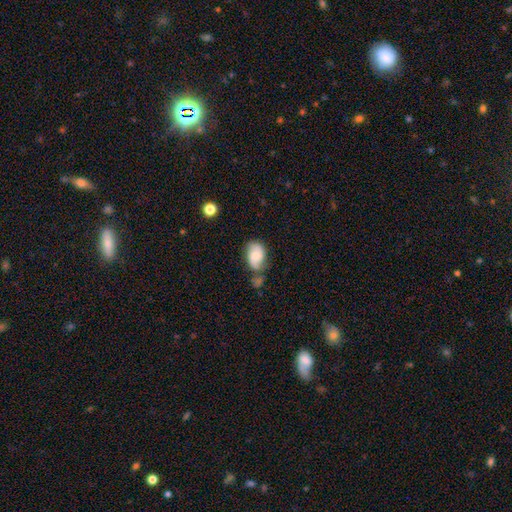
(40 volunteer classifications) smooth-or-featured: featured or disk: 52% | smooth: 38% | star or artifact: 10%
  disk-edge-on: no: 95% | yes: 5%
    bar: weak: 50% | no: 35% | strong: 15%
    has-spiral-arms: yes: 90% | no: 10%
      spiral-winding: loose: 56% | medium: 33% | tight: 11%
      spiral-arm-count: 2: 100% | 1: 0% | 3: 0% | 4: 0% | more than 4: 0% | can't tell: 0%
    bulge-size: small: 55% | moderate: 30% | none: 15% | dominant: 0% | large: 0%
  merging: none: 56% | minor disturbance: 19% | merger: 14% | major disturbance: 11%